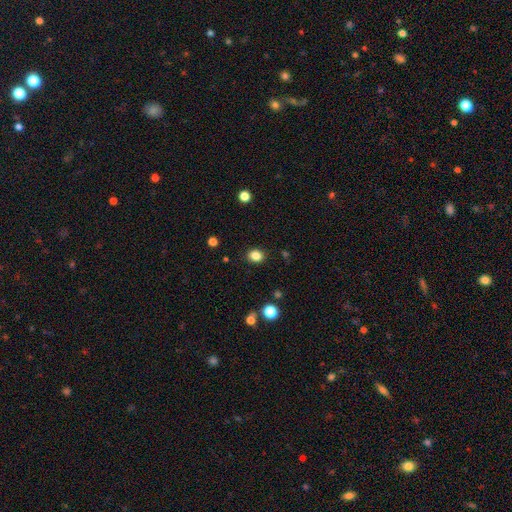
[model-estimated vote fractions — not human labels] Smooth or featured: smooth — 84% (star or artifact — 11%)
How rounded: round — 59% (in between — 40%)
Merging: none — 89% (minor disturbance — 8%)